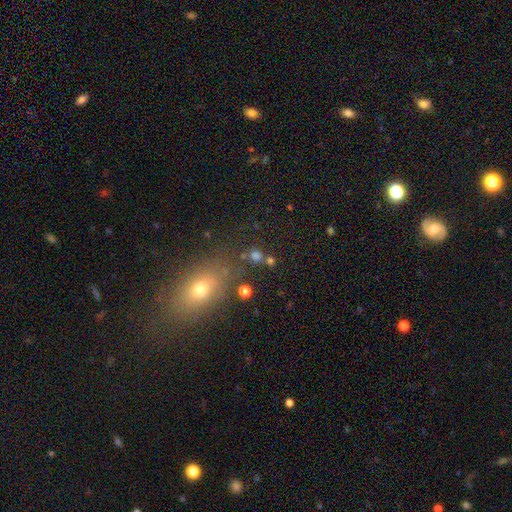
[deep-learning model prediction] Smooth or featured: smooth — 67% (star or artifact — 24%)
How rounded: round — 71% (in between — 27%)
Merging: none — 69% (merger — 15%)